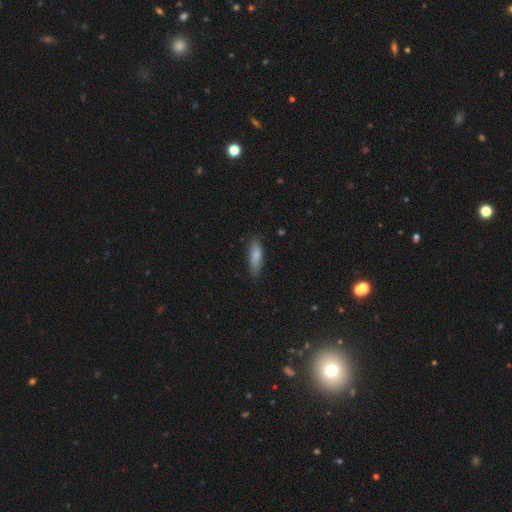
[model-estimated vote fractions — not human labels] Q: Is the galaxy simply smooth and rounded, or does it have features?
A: smooth — 84%.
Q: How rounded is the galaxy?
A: cigar-shaped — 51%.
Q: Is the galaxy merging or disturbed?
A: none — 79%.